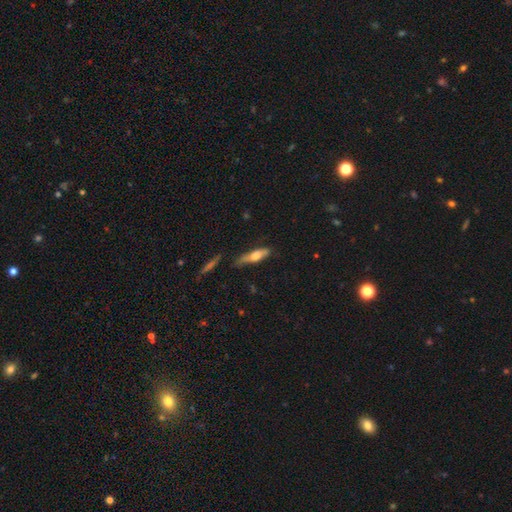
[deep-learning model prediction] smooth 55%, featured or disk 39%, star or artifact 6%. Down the decision tree: how rounded — cigar-shaped (65%); merging — none (60%).